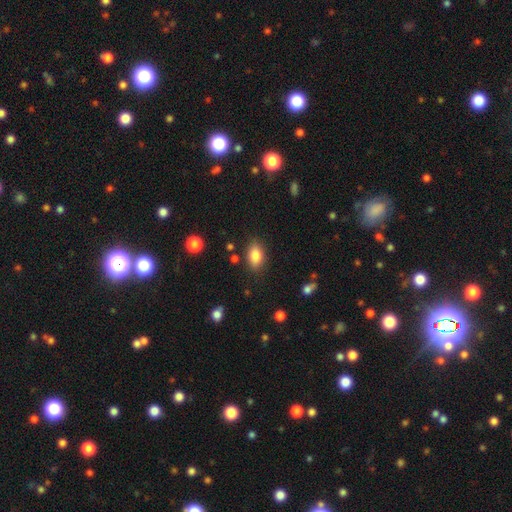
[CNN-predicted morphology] smooth-or-featured: smooth: 82% | featured or disk: 9% | star or artifact: 8%
  how-rounded: in between: 87% | round: 9% | cigar-shaped: 3%
  merging: none: 84% | minor disturbance: 11% | major disturbance: 3% | merger: 2%